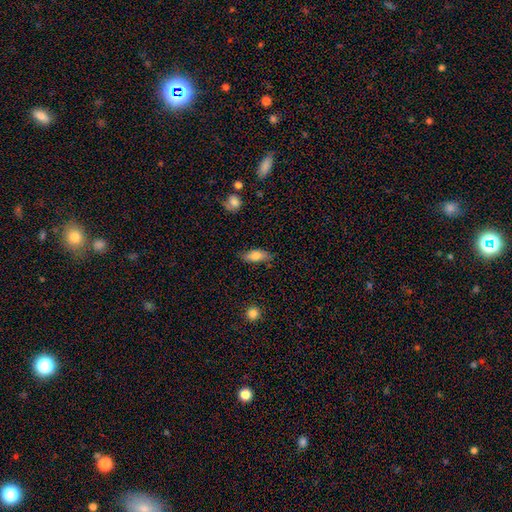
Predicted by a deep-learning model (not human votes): A smooth galaxy with no disk features (76%) that is in between round and cigar-shaped (75%). Merging: none (79%).